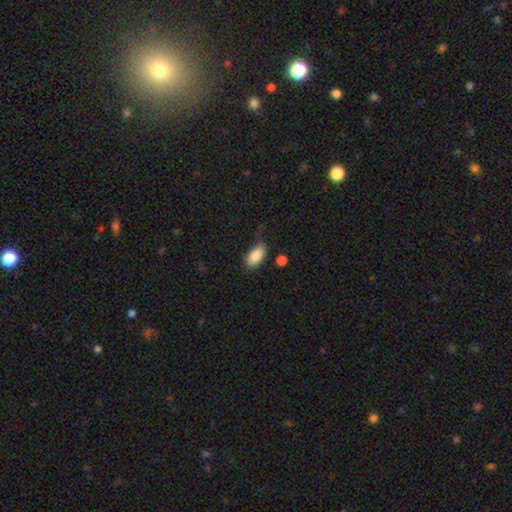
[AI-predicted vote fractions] The model was most divided on "merging": none: 66%, minor disturbance: 23%, major disturbance: 7%, merger: 4%. More confident: how rounded — in between (93%); smooth or featured — smooth (88%).